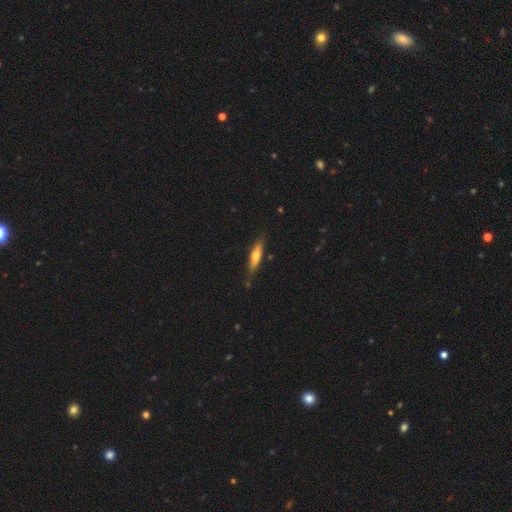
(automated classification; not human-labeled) A smooth galaxy with no disk features (53%) that is cigar-shaped (78%).

Vote fractions:
- Smooth or featured? smooth: 53% / featured or disk: 41% / star or artifact: 6%
- How rounded? cigar-shaped: 78% / in between: 20% / round: 2%
- Merging? none: 80% / minor disturbance: 16% / major disturbance: 3% / merger: 2%